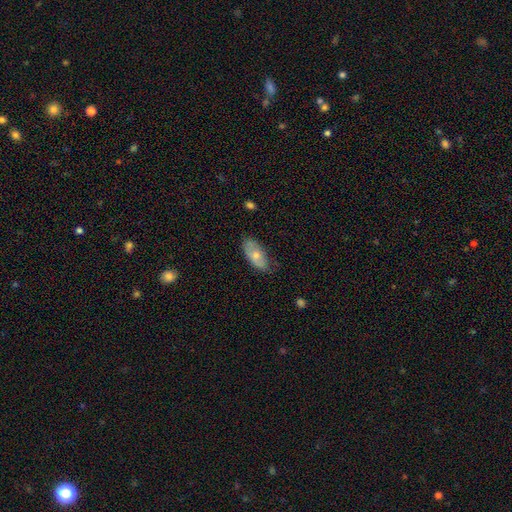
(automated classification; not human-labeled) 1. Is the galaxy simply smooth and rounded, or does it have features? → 69% smooth, 25% featured or disk, 6% star or artifact.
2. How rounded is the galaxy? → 90% in between, 7% cigar-shaped, 3% round.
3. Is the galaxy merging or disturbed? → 68% none, 26% minor disturbance, 5% major disturbance, 2% merger.